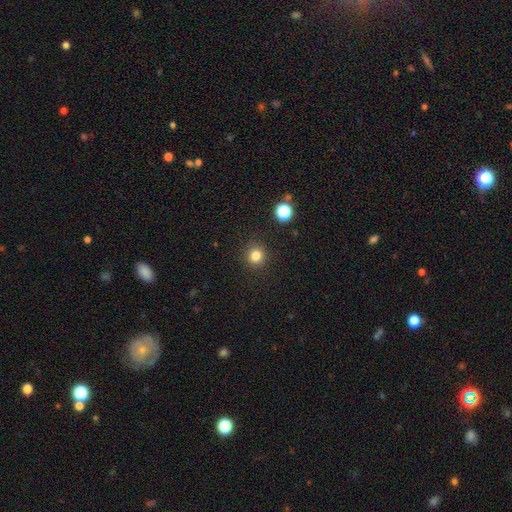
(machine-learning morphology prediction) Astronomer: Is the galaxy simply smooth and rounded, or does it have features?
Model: smooth — 81%.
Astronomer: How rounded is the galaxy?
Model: round — 91%.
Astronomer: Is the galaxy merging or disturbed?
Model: none — 90%.